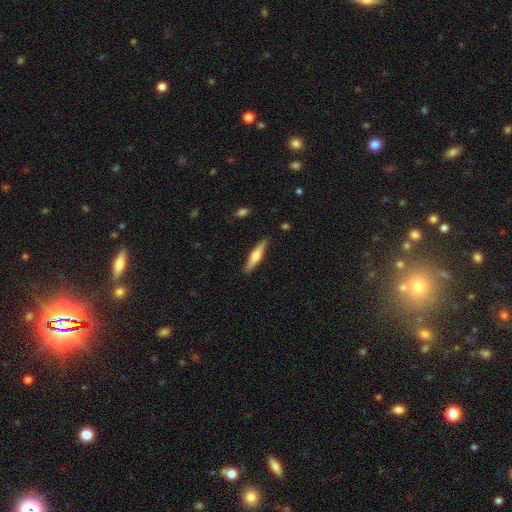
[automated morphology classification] Smooth or featured: featured or disk — 55% (smooth — 39%)
Edge-on disk: yes — 96% (no — 4%)
Edge-on bulge: rounded — 91% (boxy — 6%)
Merging: none — 89% (minor disturbance — 8%)